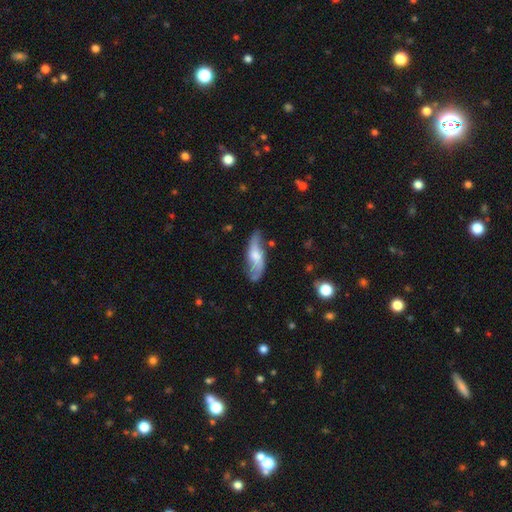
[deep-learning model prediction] This appears to be a featured or disk galaxy (56%). Merging: none (66%).